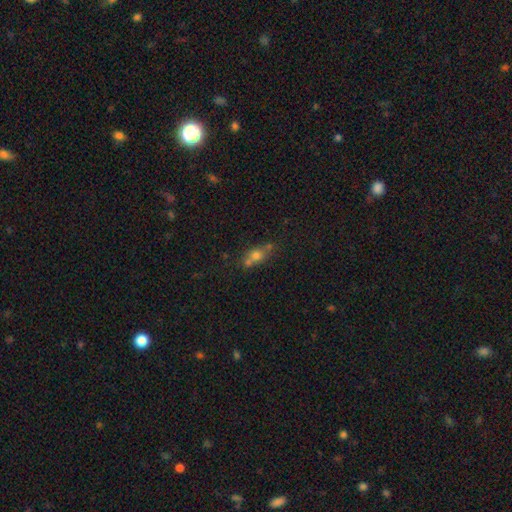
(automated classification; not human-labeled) Smooth or featured? Predicted: smooth (p=0.60). How rounded? Predicted: in between (p=0.51). Merging? Predicted: none (p=0.47).